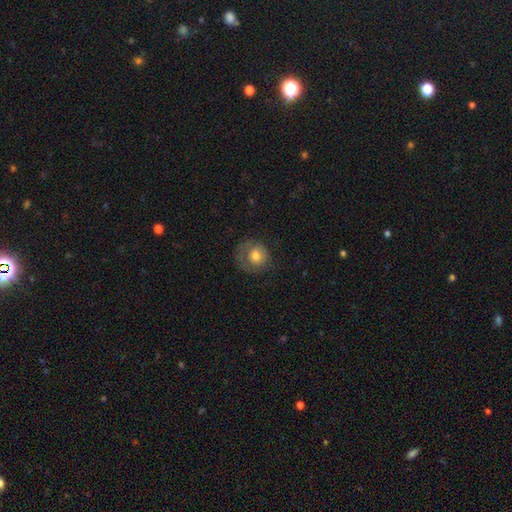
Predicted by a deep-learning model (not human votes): smooth-or-featured: smooth: 67% | featured or disk: 25% | star or artifact: 8%
  how-rounded: round: 82% | in between: 17% | cigar-shaped: 1%
  merging: none: 58% | minor disturbance: 22% | major disturbance: 18% | merger: 1%